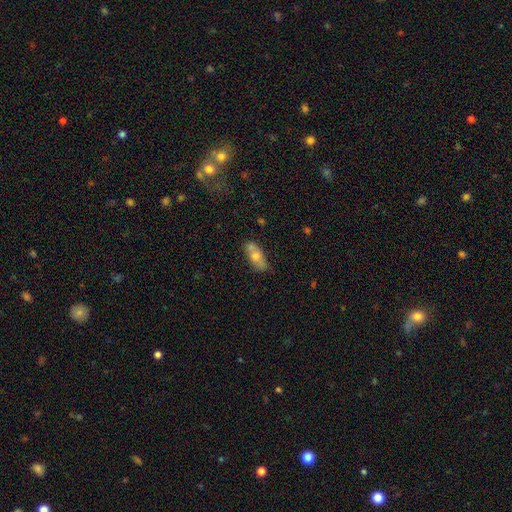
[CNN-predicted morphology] Smooth or featured? smooth (64%)
How rounded? in between (79%)
Merging? none (56%)